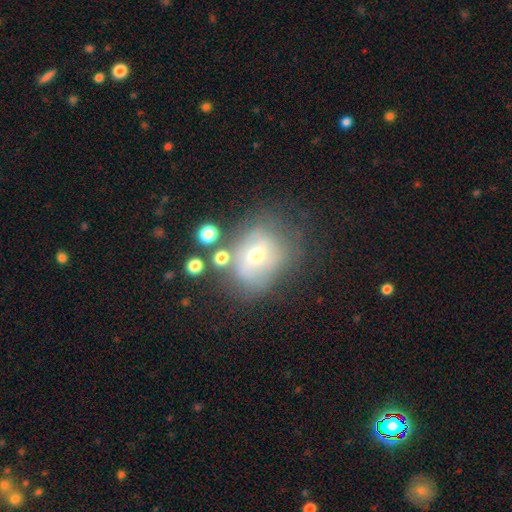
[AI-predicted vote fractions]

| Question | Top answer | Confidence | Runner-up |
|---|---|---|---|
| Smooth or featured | featured or disk | 46% | smooth (41%) |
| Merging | none | 52% | minor disturbance (23%) |